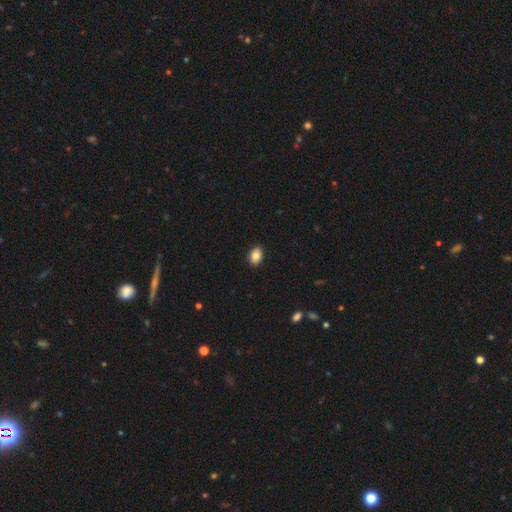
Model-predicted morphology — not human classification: This appears to be a smooth galaxy with no disk features (83%) that is in between round and cigar-shaped (81%). Merging: none (90%).